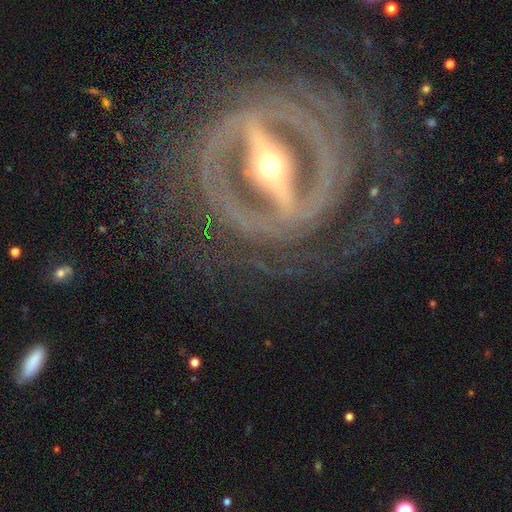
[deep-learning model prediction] This appears to be a featured or disk galaxy (91%) with a strong bar (88%), 2 (38%) tight (65%) spiral arms (76%) and a moderate central bulge (55%). Merging: none (71%).